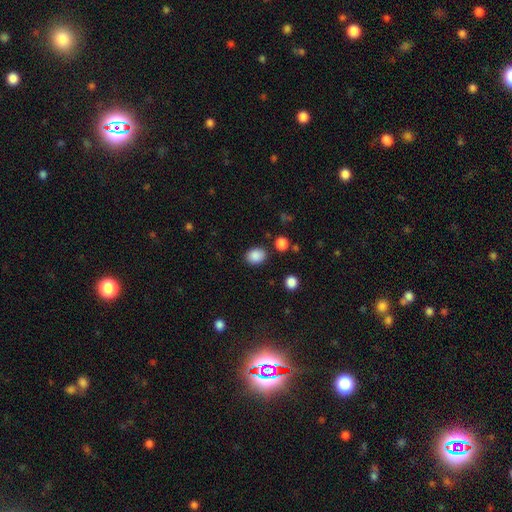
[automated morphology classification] Smooth or featured? smooth (87%)
How rounded? in between (55%)
Merging? none (83%)